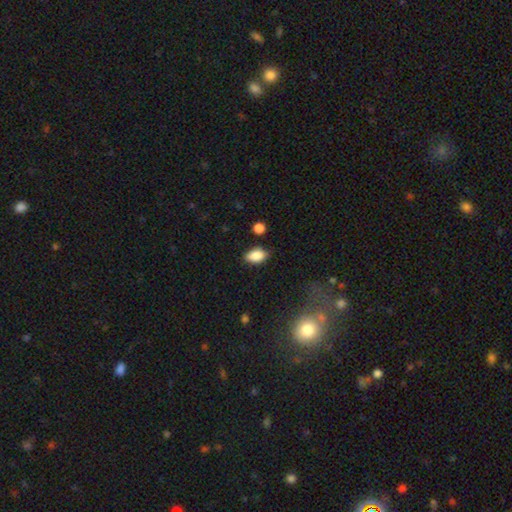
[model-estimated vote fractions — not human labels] The model was most divided on "merging": none: 81%, minor disturbance: 13%, major disturbance: 3%, merger: 3%. More confident: how rounded — in between (91%); smooth or featured — smooth (88%).